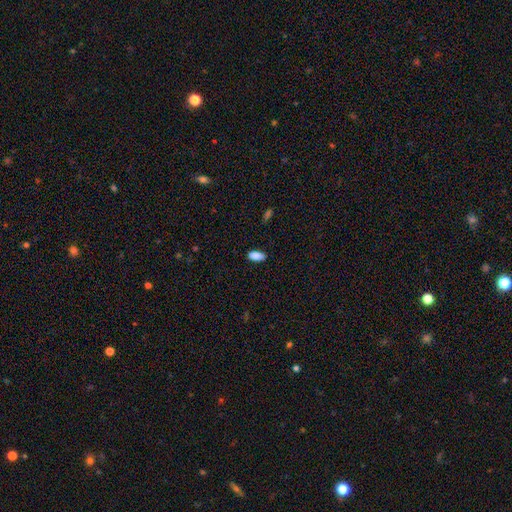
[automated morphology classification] Smooth or featured? smooth (88%)
How rounded? in between (83%)
Merging? none (85%)